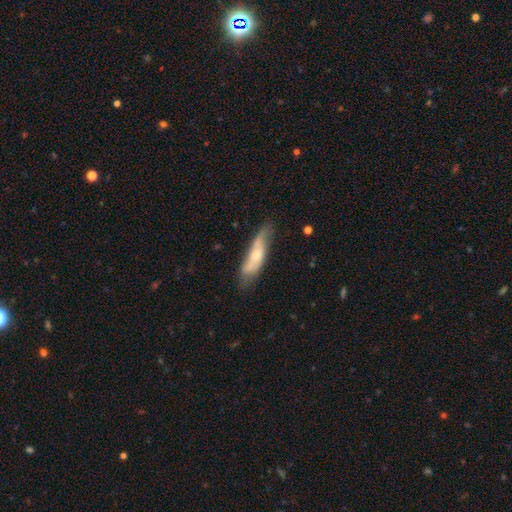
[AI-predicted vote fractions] Morphology: type=smooth (51%); roundness=cigar-shaped (63%); merging=none (56%).